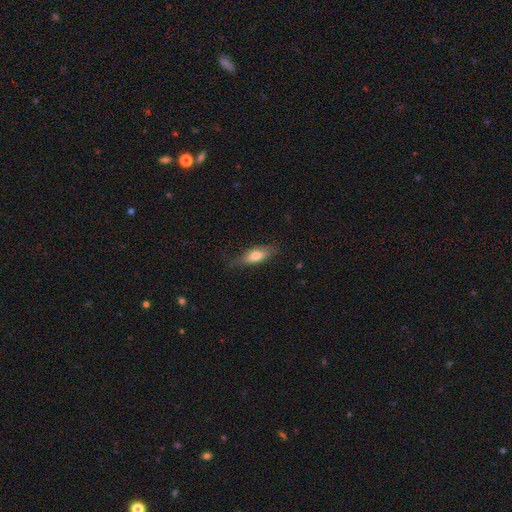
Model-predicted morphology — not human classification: A smooth galaxy with no disk features (66%) that is in between round and cigar-shaped (61%).

Vote fractions:
- Smooth or featured? smooth: 66% / featured or disk: 27% / star or artifact: 7%
- How rounded? in between: 61% / cigar-shaped: 36% / round: 3%
- Merging? none: 71% / minor disturbance: 23% / major disturbance: 5% / merger: 1%